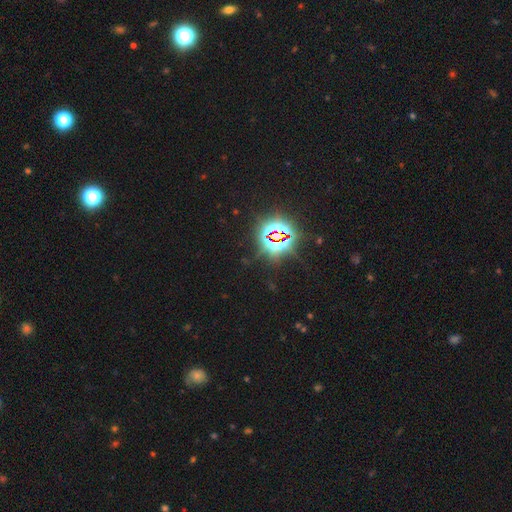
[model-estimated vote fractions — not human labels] A star or artifact, not a galaxy (82%).